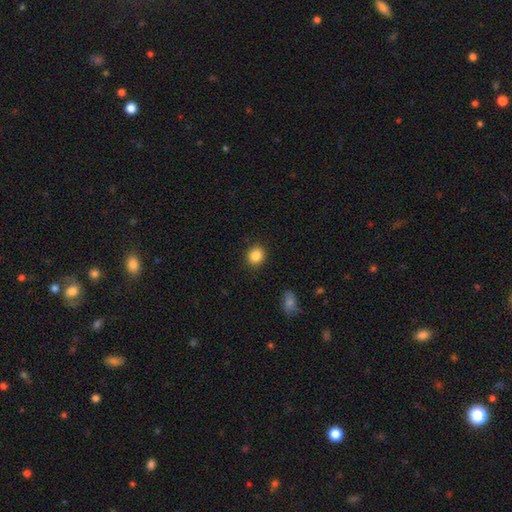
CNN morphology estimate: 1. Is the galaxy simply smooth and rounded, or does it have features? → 87% smooth, 9% star or artifact, 4% featured or disk.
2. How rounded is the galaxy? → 72% round, 27% in between, 1% cigar-shaped.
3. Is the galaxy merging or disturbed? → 89% none, 8% minor disturbance, 2% major disturbance, 1% merger.